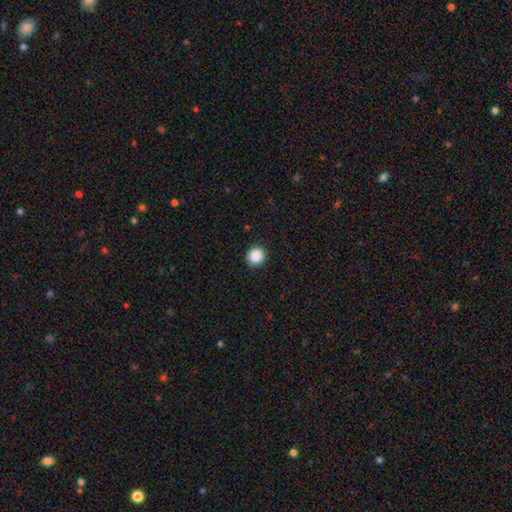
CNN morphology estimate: This is clearly a smooth galaxy (88%). How rounded: clearly round (88%). Merging: clearly none (92%).